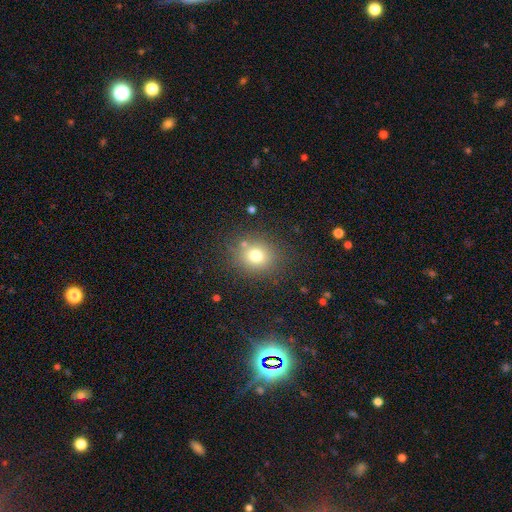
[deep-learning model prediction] Q: Smooth or featured?
A: smooth (73%); runner-up: star or artifact (16%)
Q: How rounded?
A: round (74%); runner-up: in between (25%)
Q: Merging?
A: none (80%); runner-up: minor disturbance (10%)